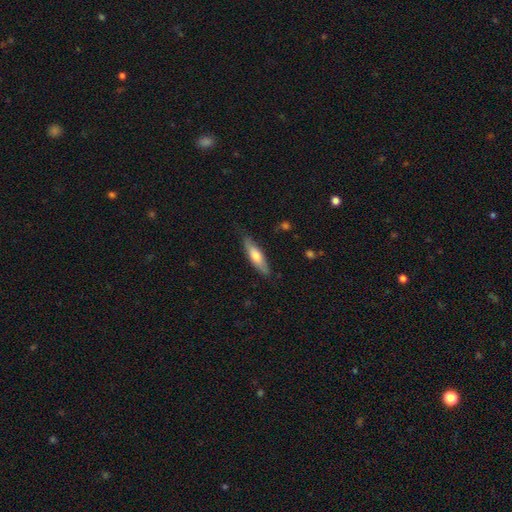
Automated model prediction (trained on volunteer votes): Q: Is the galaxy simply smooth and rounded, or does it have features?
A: smooth — 62%.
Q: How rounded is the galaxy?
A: cigar-shaped — 67%.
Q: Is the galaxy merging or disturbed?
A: none — 80%.